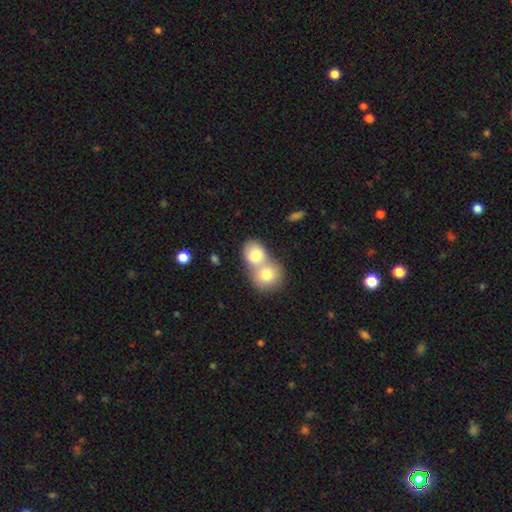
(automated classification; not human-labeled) A smooth galaxy with no disk features (77%) that is round (60%). Merging: merger (71%).